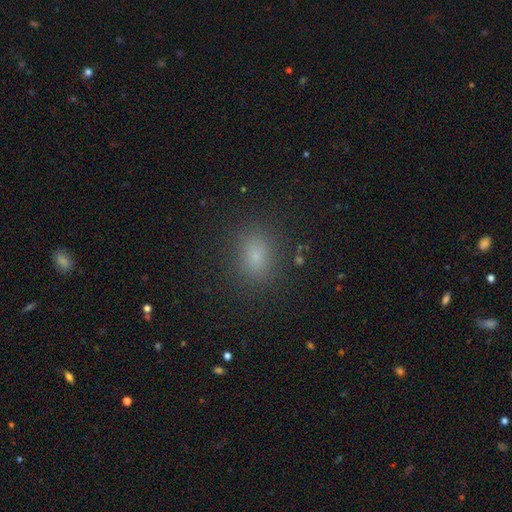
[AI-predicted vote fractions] Overall: smooth (74%). How rounded: in between (62%; round 37%). Merging: none (86%).